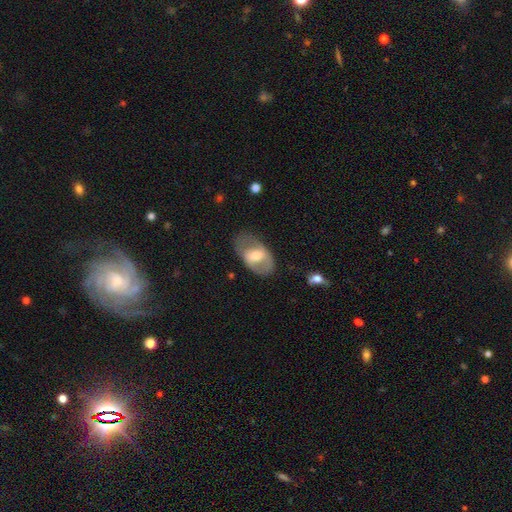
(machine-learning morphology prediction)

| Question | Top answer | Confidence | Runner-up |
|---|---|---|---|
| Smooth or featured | featured or disk | 48% | smooth (45%) |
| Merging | none | 65% | minor disturbance (22%) |